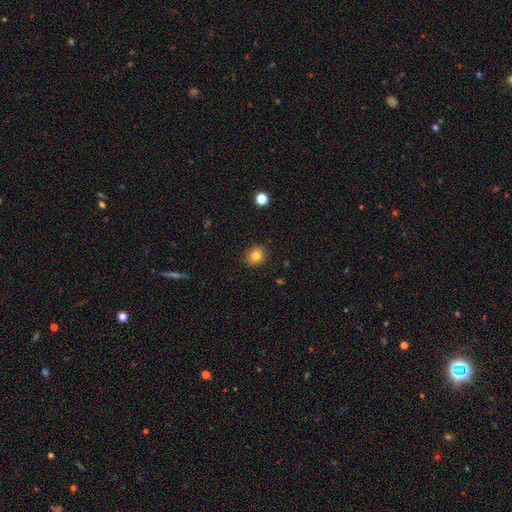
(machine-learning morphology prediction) Smooth or featured?
  - smooth: 82% *
  - star or artifact: 11%
  - featured or disk: 7%
How rounded?
  - round: 81% *
  - in between: 19%
  - cigar-shaped: 1%
Merging?
  - none: 89% *
  - minor disturbance: 8%
  - major disturbance: 2%
  - merger: 1%